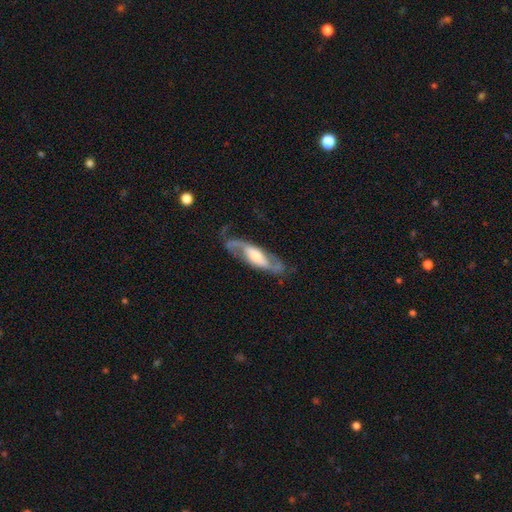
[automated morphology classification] This is clearly a featured or disk galaxy (82%). It is clearly not viewed edge-on (84%). Bar: marginally no (38%). Spiral arm pattern: clearly yes (92%). Spiral arm count: clearly 2 (87%). Spiral winding: possibly medium (49%). Central bulge: possibly moderate (48%). Merging: likely none (73%).